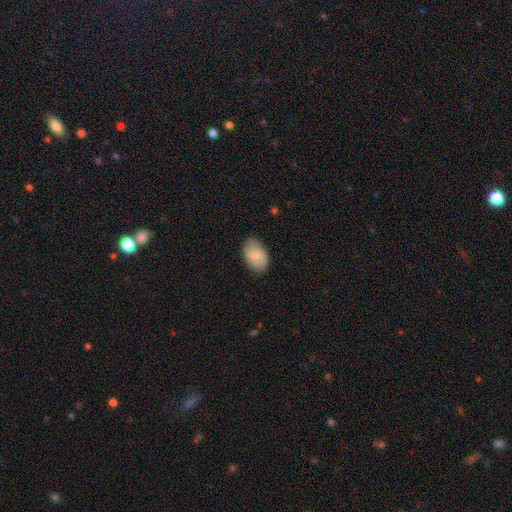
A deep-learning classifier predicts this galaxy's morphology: smooth-or-featured: smooth: 78% | featured or disk: 16% | star or artifact: 6%
  how-rounded: in between: 90% | round: 8% | cigar-shaped: 1%
  merging: none: 81% | minor disturbance: 15% | major disturbance: 3% | merger: 1%